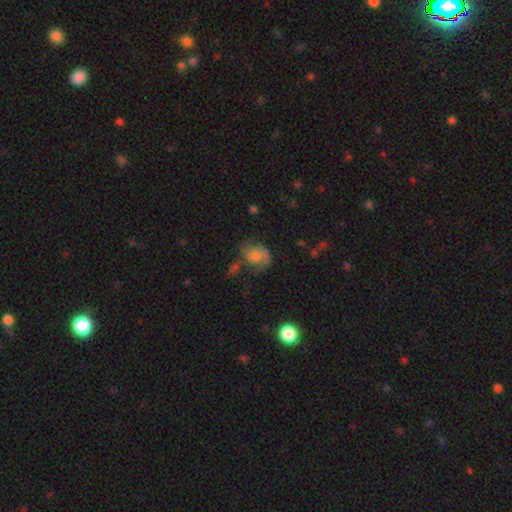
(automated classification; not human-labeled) The model was most divided on "smooth or featured": featured or disk: 45%, smooth: 44%, star or artifact: 11%. Remaining: merging — none (45%).